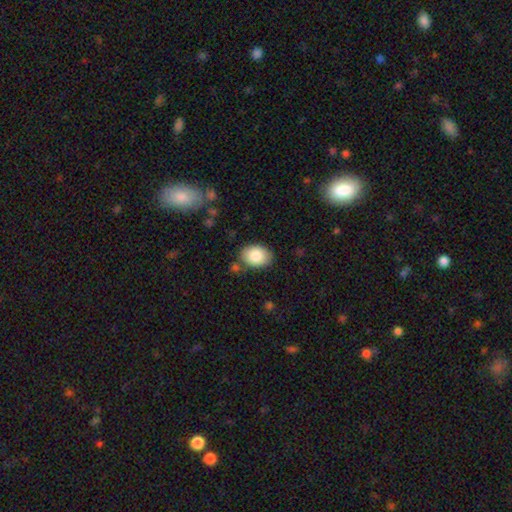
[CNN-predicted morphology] A smooth galaxy with no disk features (86%) that is in between round and cigar-shaped (76%). Merging: none (78%).